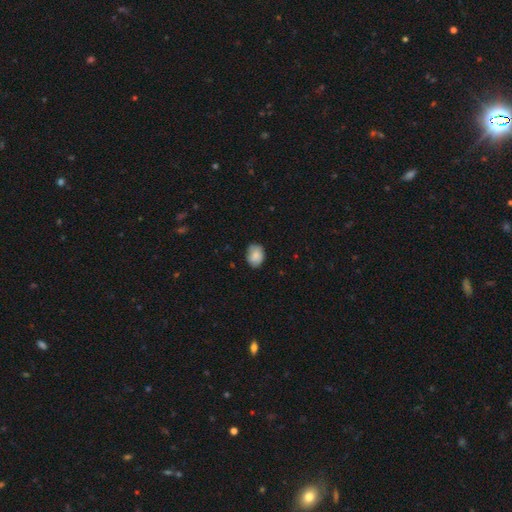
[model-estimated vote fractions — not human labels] Morphology: type=smooth (82%); roundness=in between (61%); merging=none (75%).